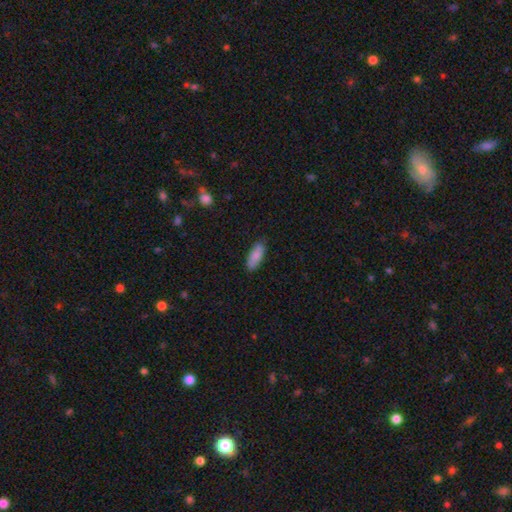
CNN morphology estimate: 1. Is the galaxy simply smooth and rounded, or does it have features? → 86% smooth, 8% featured or disk, 6% star or artifact.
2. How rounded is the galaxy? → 69% in between, 29% cigar-shaped, 2% round.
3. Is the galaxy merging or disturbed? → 84% none, 12% minor disturbance, 2% major disturbance, 1% merger.